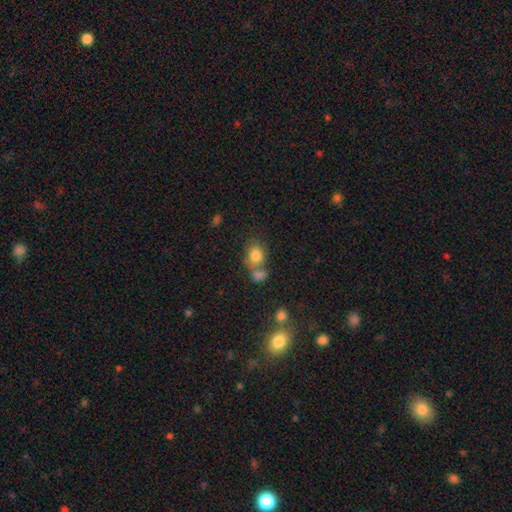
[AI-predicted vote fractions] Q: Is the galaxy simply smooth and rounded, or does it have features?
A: smooth — 80%.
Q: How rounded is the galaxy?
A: round — 50%.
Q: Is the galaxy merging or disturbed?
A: none — 43%.